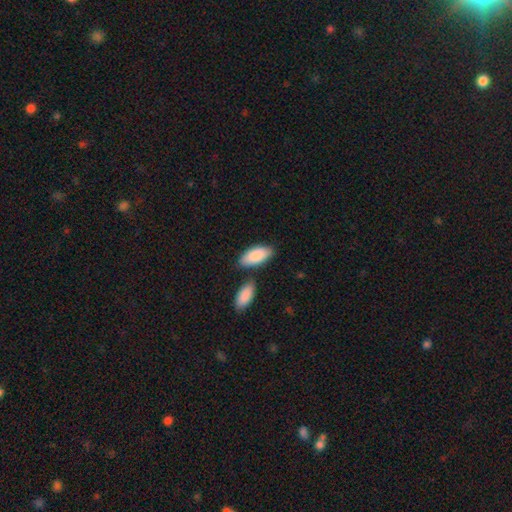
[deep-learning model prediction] Smooth or featured? smooth (88%)
How rounded? in between (89%)
Merging? none (67%)